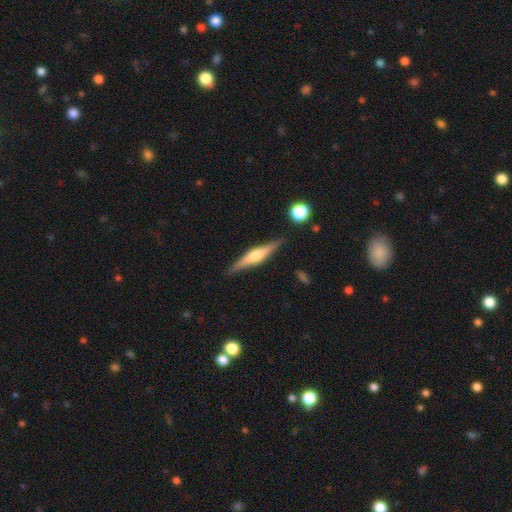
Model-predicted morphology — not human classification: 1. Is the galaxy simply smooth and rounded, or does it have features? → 67% featured or disk, 27% smooth, 6% star or artifact.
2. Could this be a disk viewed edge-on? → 97% yes, 3% no.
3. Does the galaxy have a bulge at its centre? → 87% rounded, 9% boxy, 4% none.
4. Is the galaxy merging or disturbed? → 88% none, 9% minor disturbance, 2% major disturbance, 2% merger.